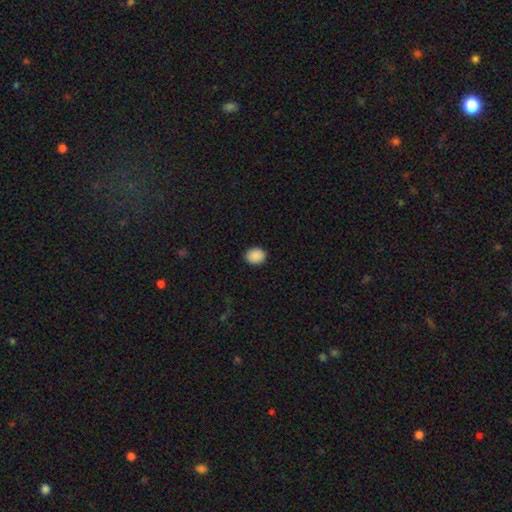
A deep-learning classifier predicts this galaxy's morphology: Q: Smooth or featured?
A: smooth (90%); runner-up: star or artifact (8%)
Q: How rounded?
A: round (56%); runner-up: in between (43%)
Q: Merging?
A: none (90%); runner-up: minor disturbance (7%)